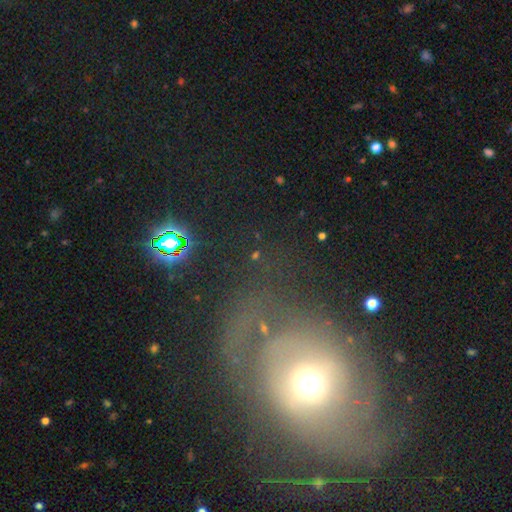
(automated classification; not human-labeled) smooth_or_featured: star or artifact (p=0.57) [alt: smooth p=0.27]